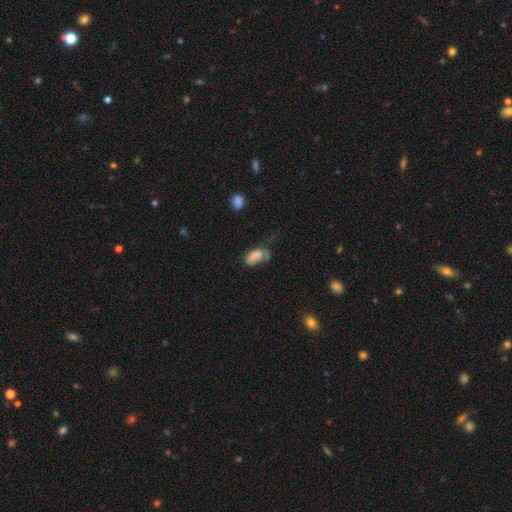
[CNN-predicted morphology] The model was most divided on "merging": major disturbance: 34%, minor disturbance: 29%, none: 28%, merger: 9%. More confident: how rounded — in between (91%); smooth or featured — smooth (73%).